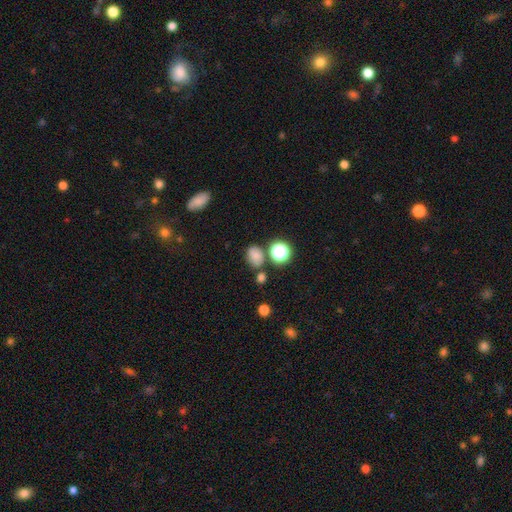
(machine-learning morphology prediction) Q: Smooth or featured?
A: smooth (71%); runner-up: star or artifact (19%)
Q: How rounded?
A: in between (56%); runner-up: round (42%)
Q: Merging?
A: none (67%); runner-up: minor disturbance (16%)